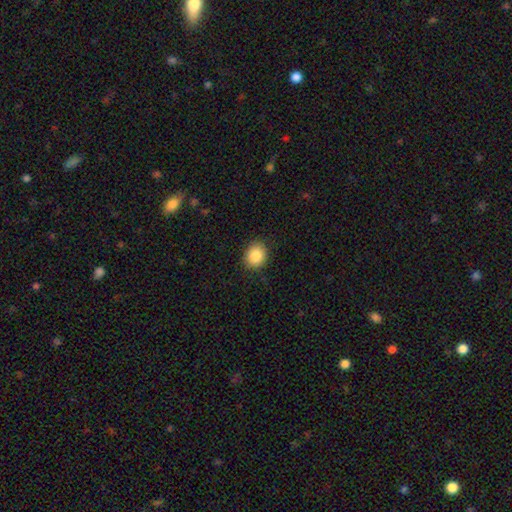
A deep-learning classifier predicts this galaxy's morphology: Smooth or featured? smooth (87%)
How rounded? round (64%)
Merging? none (87%)